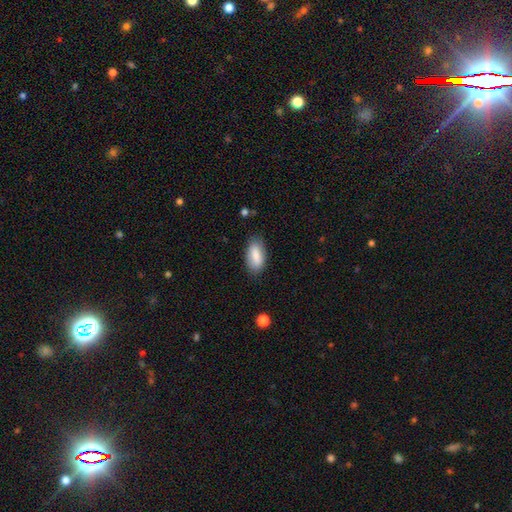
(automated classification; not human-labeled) Morphology: type=smooth (83%); roundness=in between (88%); merging=none (80%).